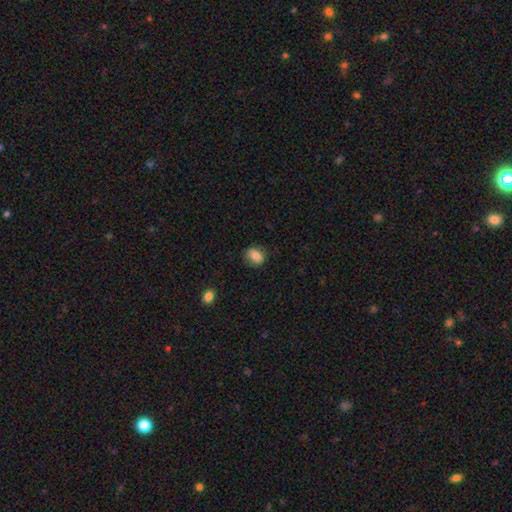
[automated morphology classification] This appears to be a smooth galaxy with no disk features (80%) that is in between round and cigar-shaped (54%). Merging: none (81%).